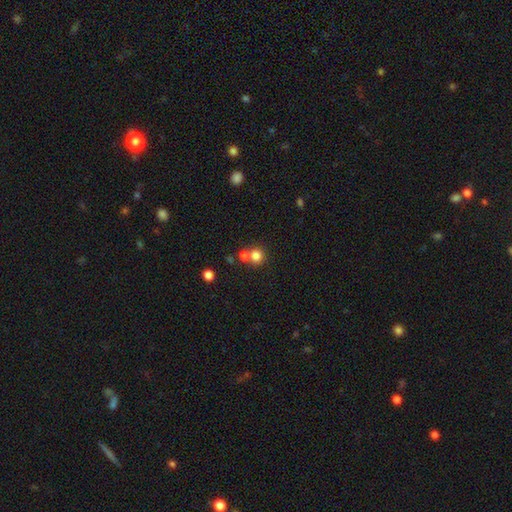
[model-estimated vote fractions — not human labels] This is likely a smooth galaxy (79%). How rounded: clearly round (90%). Merging: possibly none (56%).